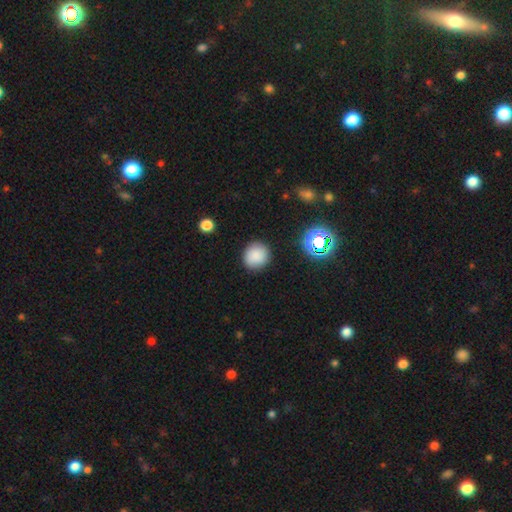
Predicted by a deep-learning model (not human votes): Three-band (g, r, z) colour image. It shows a smooth galaxy with no disk features (84%) that is round (90%). Merging: none (89%).